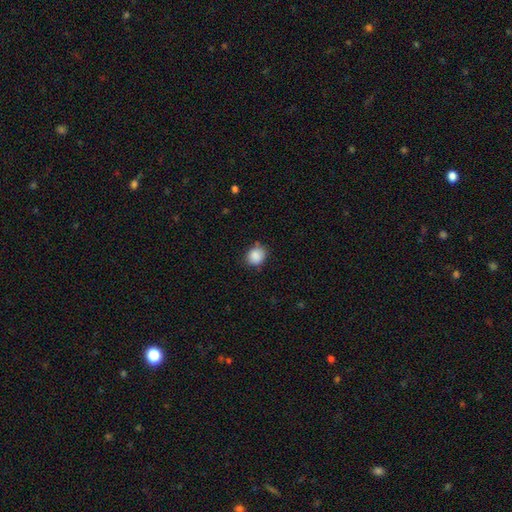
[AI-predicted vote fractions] Smooth or featured: smooth — 87% (star or artifact — 9%)
How rounded: round — 71% (in between — 28%)
Merging: none — 74% (minor disturbance — 20%)